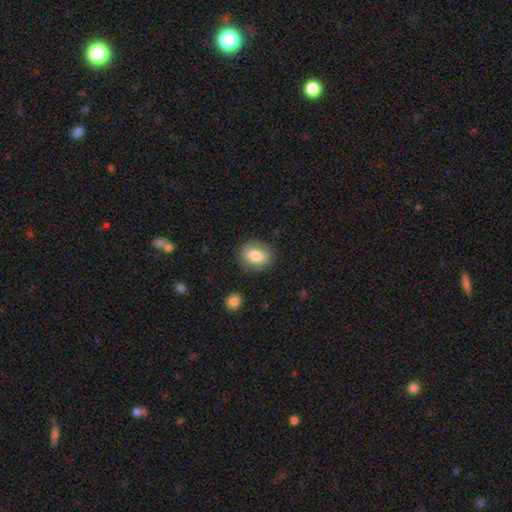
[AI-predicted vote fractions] Morphology: type=smooth (77%); roundness=in between (61%); merging=none (84%).